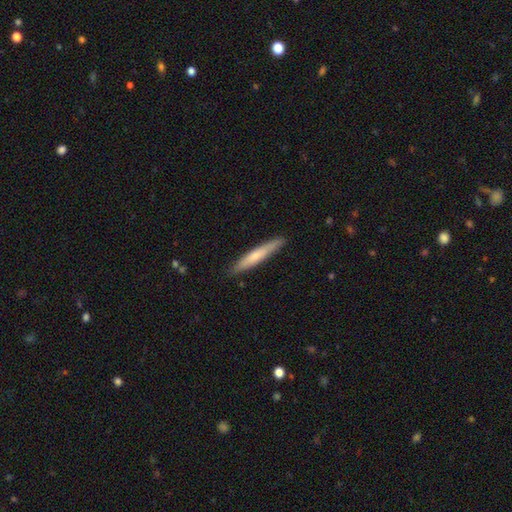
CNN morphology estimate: Smooth or featured? Predicted: smooth (p=0.63). How rounded? Predicted: cigar-shaped (p=0.94). Merging? Predicted: none (p=0.88).